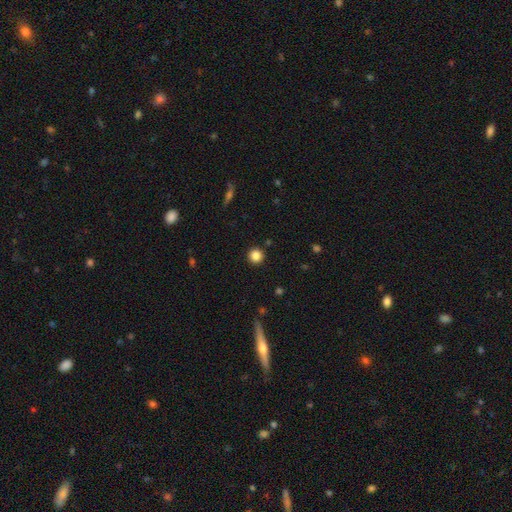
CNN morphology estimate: smooth_or_featured: smooth (p=0.84) [alt: star or artifact p=0.11]
how_rounded: round (p=0.95) [alt: in between p=0.04]
merging: none (p=0.92) [alt: minor disturbance p=0.05]